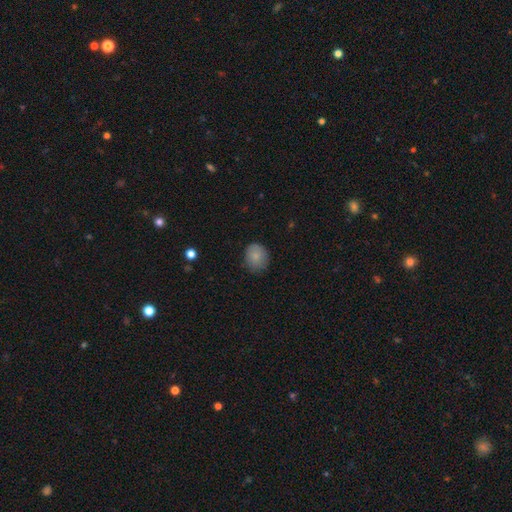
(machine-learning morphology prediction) Q: Smooth or featured?
A: smooth (83%); runner-up: star or artifact (9%)
Q: How rounded?
A: round (68%); runner-up: in between (31%)
Q: Merging?
A: none (77%); runner-up: minor disturbance (18%)